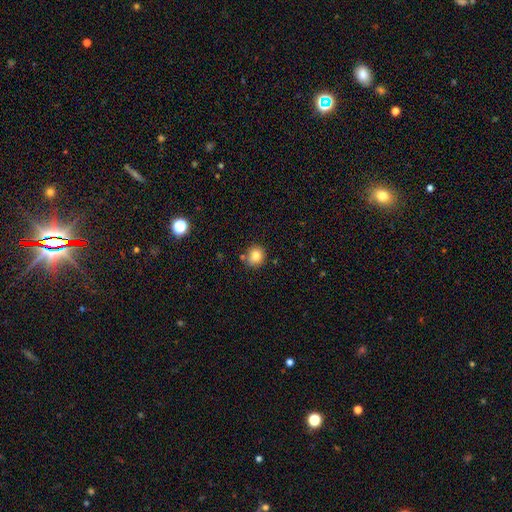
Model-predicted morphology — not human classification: smooth 81%, star or artifact 11%, featured or disk 8%. Down the decision tree: how rounded — round (85%); merging — none (78%).